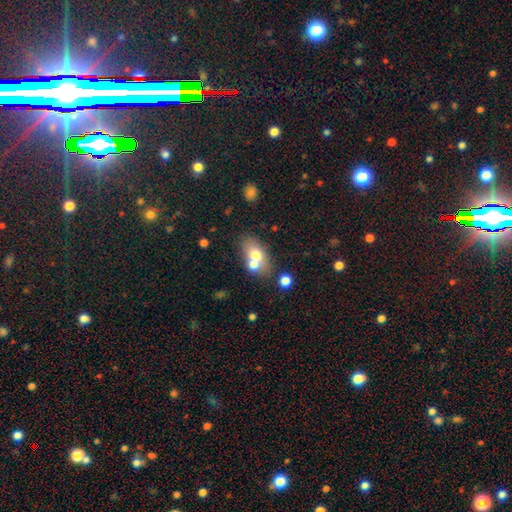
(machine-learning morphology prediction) smooth 66%, featured or disk 24%, star or artifact 10%. Down the decision tree: how rounded — in between (80%); merging — none (45%).